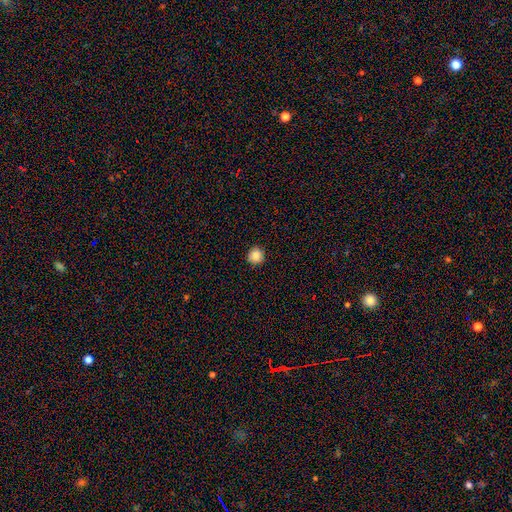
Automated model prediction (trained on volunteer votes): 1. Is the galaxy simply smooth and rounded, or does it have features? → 86% smooth, 10% star or artifact, 4% featured or disk.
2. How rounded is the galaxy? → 94% round, 5% in between, 1% cigar-shaped.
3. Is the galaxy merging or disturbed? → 91% none, 7% minor disturbance, 2% major disturbance, 1% merger.